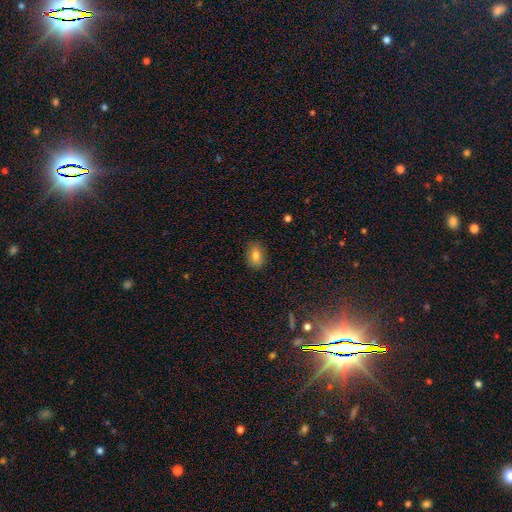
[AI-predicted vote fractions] The model was most divided on "how rounded": in between: 81%, round: 17%, cigar-shaped: 2%. More confident: merging — none (85%); smooth or featured — smooth (80%).